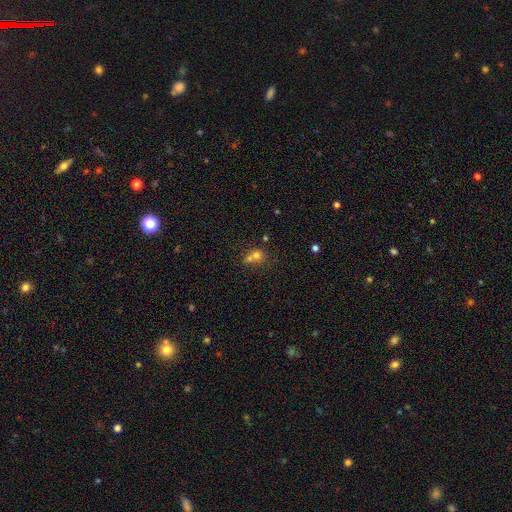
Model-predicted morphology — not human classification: type=smooth (65%); roundness=round (75%); merging=merger (54%).